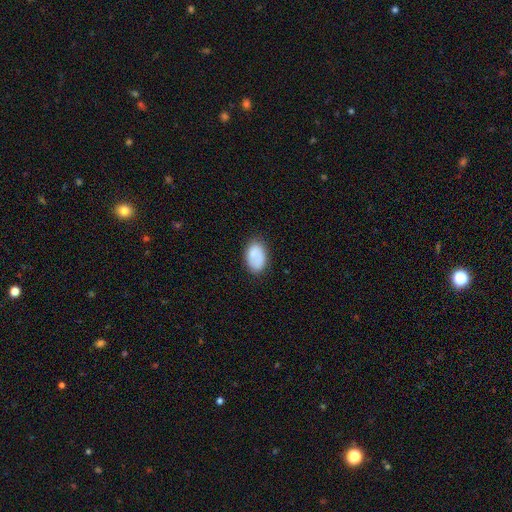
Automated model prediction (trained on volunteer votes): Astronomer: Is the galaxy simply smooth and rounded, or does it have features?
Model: smooth — 80%.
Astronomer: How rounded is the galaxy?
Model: in between — 90%.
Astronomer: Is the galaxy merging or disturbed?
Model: none — 75%.